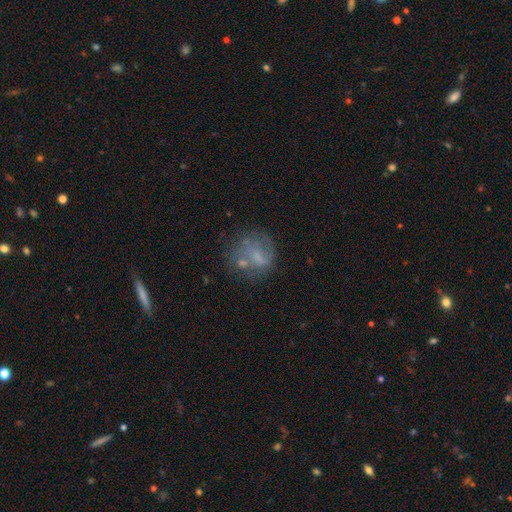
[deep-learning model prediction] Smooth or featured? Predicted: smooth (p=0.46). Merging? Predicted: none (p=0.50).